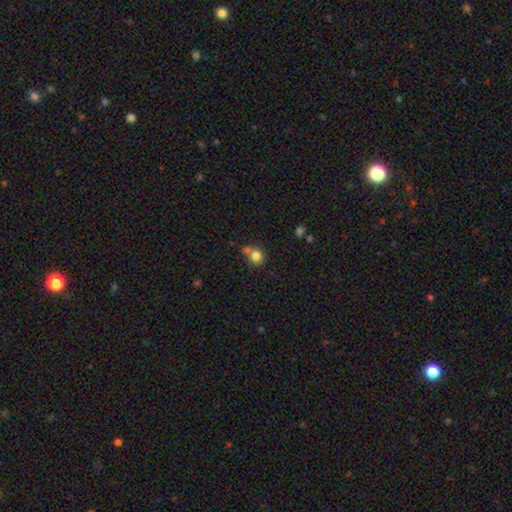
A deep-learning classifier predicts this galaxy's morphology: Smooth or featured? smooth (81%)
How rounded? round (86%)
Merging? none (56%)